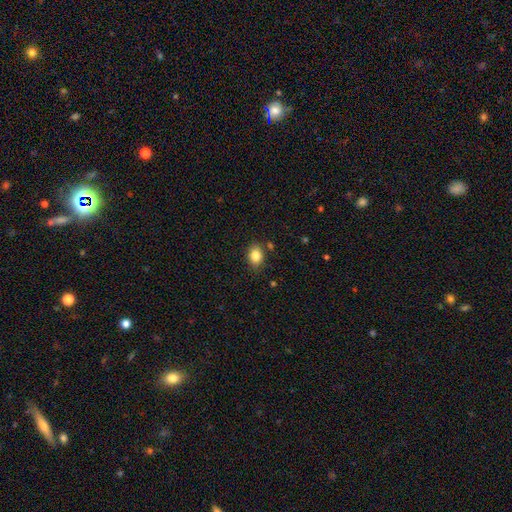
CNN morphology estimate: Smooth or featured: smooth — 84% (star or artifact — 9%)
How rounded: in between — 69% (round — 30%)
Merging: none — 83% (minor disturbance — 12%)